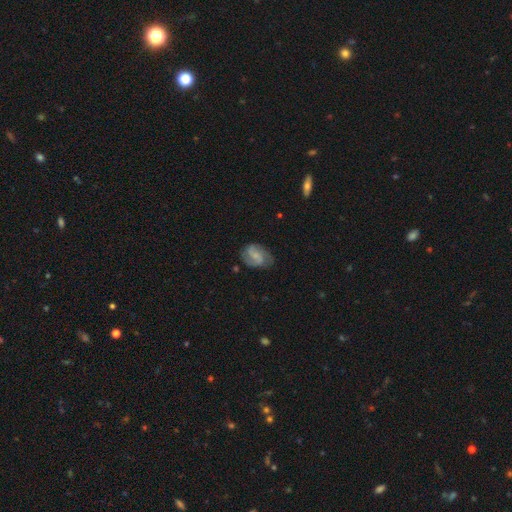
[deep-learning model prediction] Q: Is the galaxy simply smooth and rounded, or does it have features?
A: featured or disk — 71%.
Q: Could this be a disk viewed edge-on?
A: no — 98%.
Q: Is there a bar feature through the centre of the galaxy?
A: no — 45%, tied with weak.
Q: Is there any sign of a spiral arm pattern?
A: yes — 93%.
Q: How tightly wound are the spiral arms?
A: medium — 51%.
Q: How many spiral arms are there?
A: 2 — 80%.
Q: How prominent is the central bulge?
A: small — 53%.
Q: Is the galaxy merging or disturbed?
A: none — 69%.